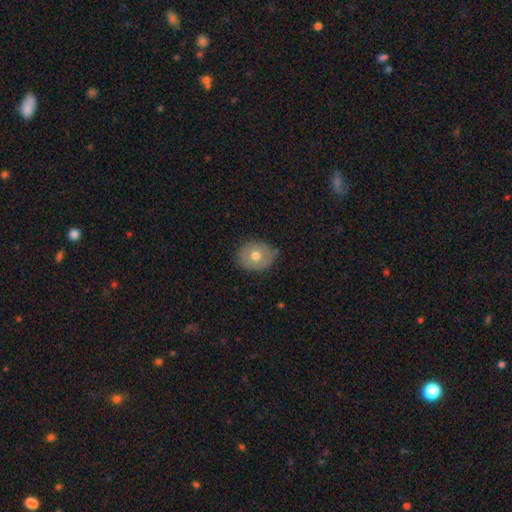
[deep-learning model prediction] A smooth galaxy with no disk features (65%) that is round (67%).

Vote fractions:
- Smooth or featured? smooth: 65% / featured or disk: 27% / star or artifact: 9%
- How rounded? round: 67% / in between: 32% / cigar-shaped: 1%
- Merging? none: 81% / minor disturbance: 14% / major disturbance: 3% / merger: 2%